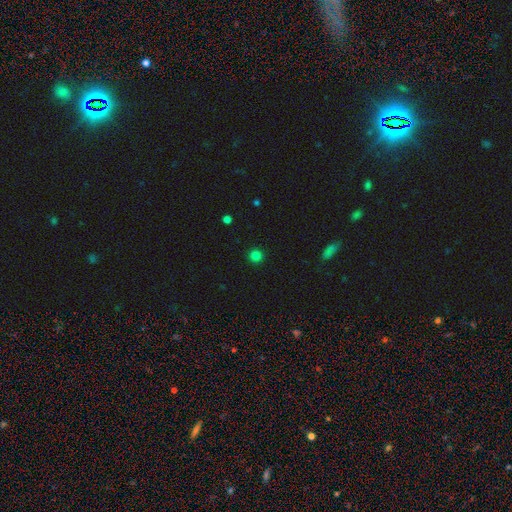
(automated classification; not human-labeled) Smooth or featured: smooth — 82% (star or artifact — 15%)
How rounded: round — 95% (in between — 4%)
Merging: none — 93% (minor disturbance — 5%)